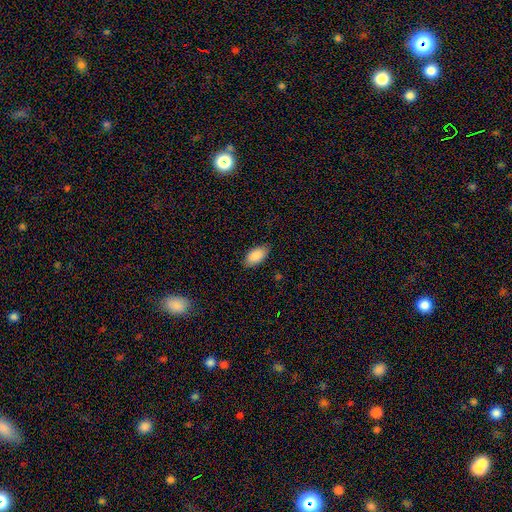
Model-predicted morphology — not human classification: Overall: smooth (88%). How rounded: in between (94%). Merging: none (82%).